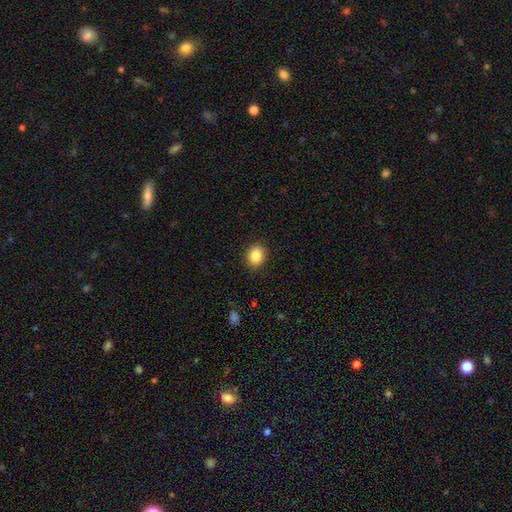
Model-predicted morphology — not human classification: smooth_or_featured: smooth (p=0.86) [alt: star or artifact p=0.09]
how_rounded: round (p=0.51) [alt: in between p=0.48]
merging: none (p=0.88) [alt: minor disturbance p=0.09]